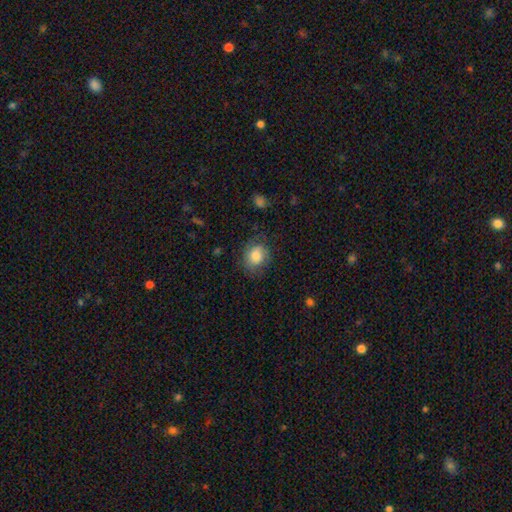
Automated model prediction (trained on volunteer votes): Smooth or featured: smooth — 75% (featured or disk — 17%)
How rounded: round — 61% (in between — 38%)
Merging: none — 69% (minor disturbance — 21%)